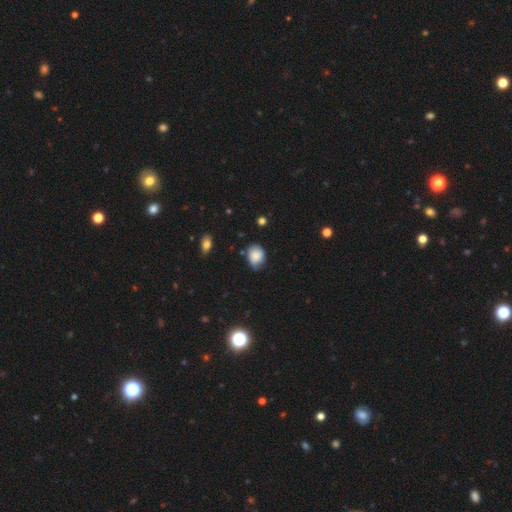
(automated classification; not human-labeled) A smooth galaxy with no disk features (81%) that is in between round and cigar-shaped (55%). Merging: none (57%).